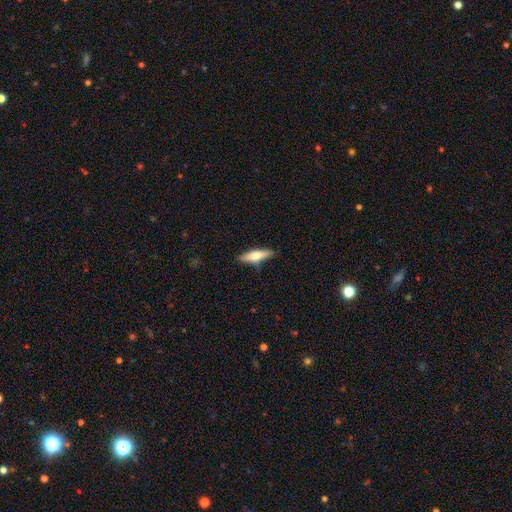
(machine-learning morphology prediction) A smooth galaxy with no disk features (55%) that is cigar-shaped (70%).

Vote fractions:
- Smooth or featured? smooth: 55% / featured or disk: 39% / star or artifact: 6%
- How rounded? cigar-shaped: 70% / in between: 28% / round: 2%
- Merging? none: 83% / minor disturbance: 12% / major disturbance: 2% / merger: 2%